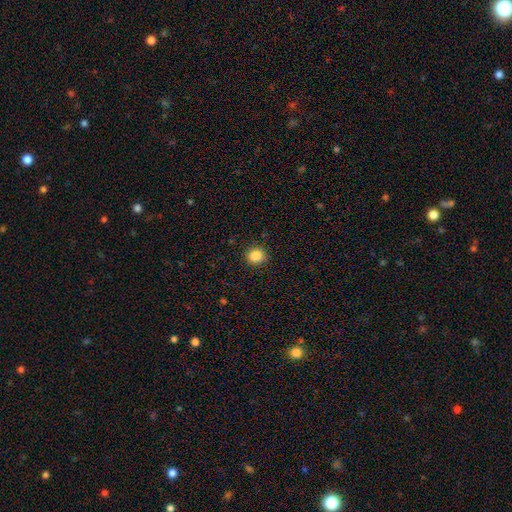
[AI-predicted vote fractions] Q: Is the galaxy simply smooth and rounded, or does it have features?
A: smooth — 85%.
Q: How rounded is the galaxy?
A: round — 87%.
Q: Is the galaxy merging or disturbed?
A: none — 90%.